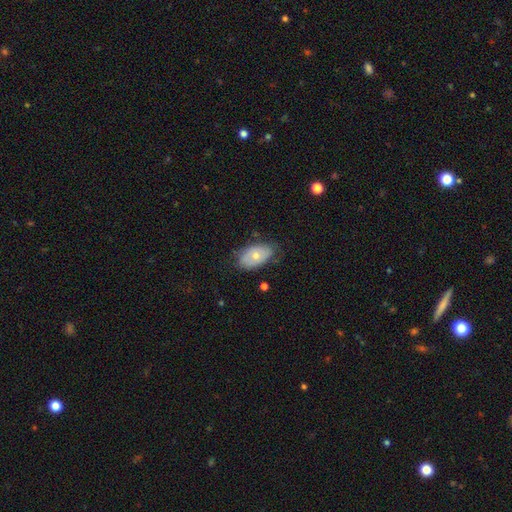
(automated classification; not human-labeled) Smooth or featured?
  - smooth: 60% *
  - featured or disk: 33%
  - star or artifact: 7%
How rounded?
  - in between: 91% *
  - round: 7%
  - cigar-shaped: 2%
Merging?
  - none: 69% *
  - minor disturbance: 24%
  - major disturbance: 6%
  - merger: 2%